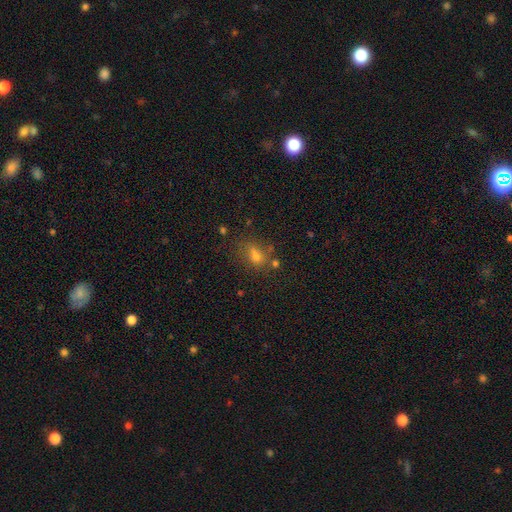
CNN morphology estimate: A smooth galaxy with no disk features (61%) that is in between round and cigar-shaped (64%).

Vote fractions:
- Smooth or featured? smooth: 61% / star or artifact: 25% / featured or disk: 14%
- How rounded? in between: 64% / round: 32% / cigar-shaped: 5%
- Merging? none: 61% / minor disturbance: 17% / merger: 14% / major disturbance: 8%